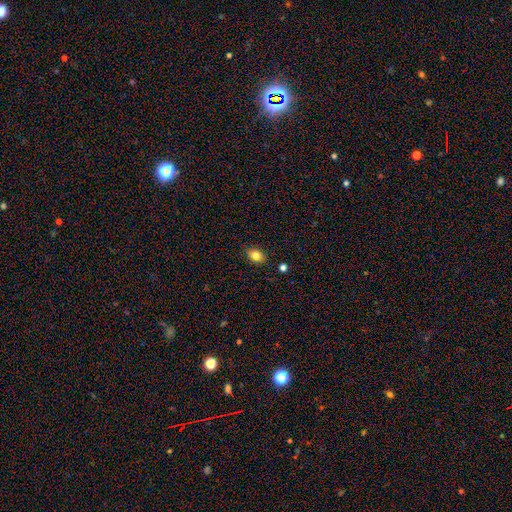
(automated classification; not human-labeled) Smooth or featured? smooth (81%)
How rounded? in between (70%)
Merging? none (85%)